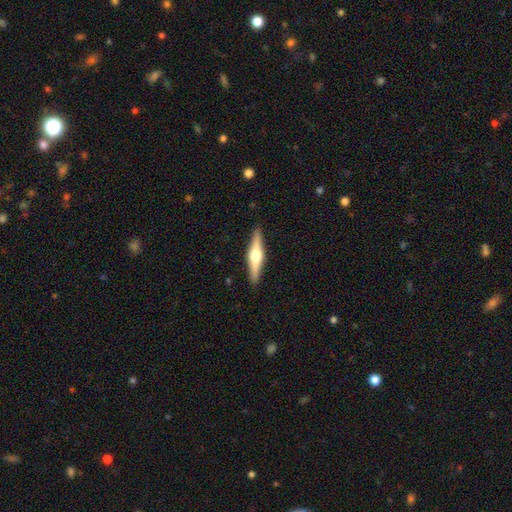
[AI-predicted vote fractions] The model was most divided on "smooth or featured": featured or disk: 69%, smooth: 26%, star or artifact: 5%. More confident: edge-on disk — yes (97%); edge-on bulge — rounded (95%); merging — none (91%).